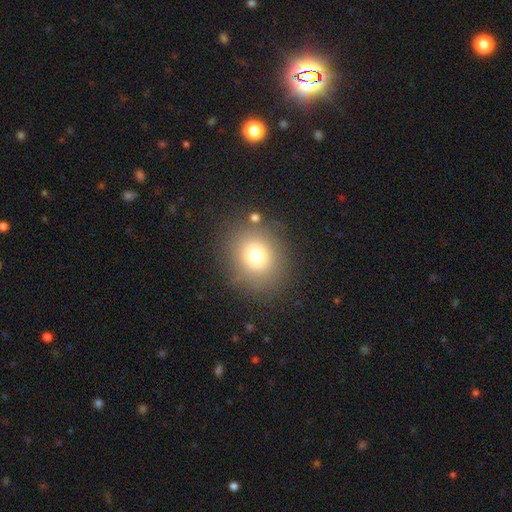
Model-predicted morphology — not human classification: Overall: smooth (73%). How rounded: round (74%). Merging: none (83%).